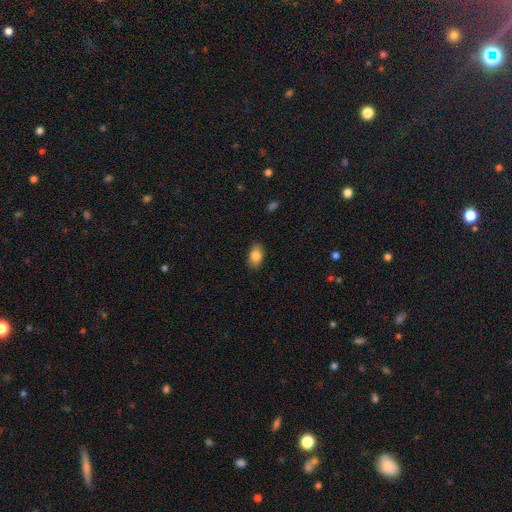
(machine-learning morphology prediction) smooth 85%, star or artifact 8%, featured or disk 7%. Down the decision tree: how rounded — in between (88%); merging — none (87%).